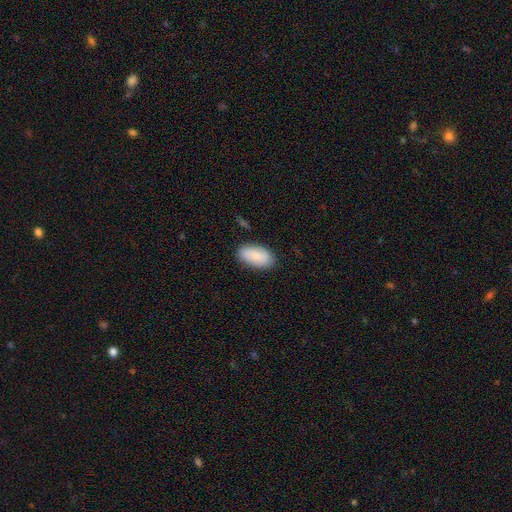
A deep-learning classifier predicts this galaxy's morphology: Smooth or featured? Predicted: smooth (p=0.87). How rounded? Predicted: in between (p=0.94). Merging? Predicted: none (p=0.85).